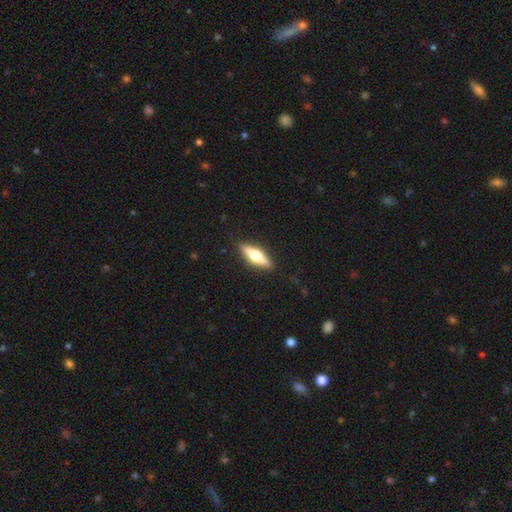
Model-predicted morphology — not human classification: Smooth or featured? Predicted: smooth (p=0.49). Merging? Predicted: none (p=0.89).